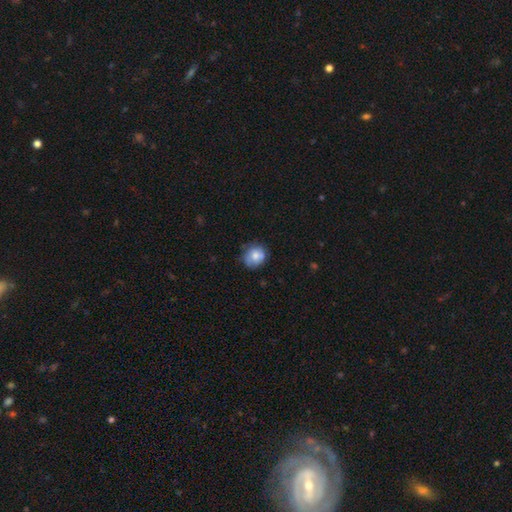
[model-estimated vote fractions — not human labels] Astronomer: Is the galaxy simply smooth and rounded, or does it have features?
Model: smooth — 73%.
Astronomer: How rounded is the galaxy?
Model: round — 78%.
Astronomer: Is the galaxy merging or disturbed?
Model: none — 67%.